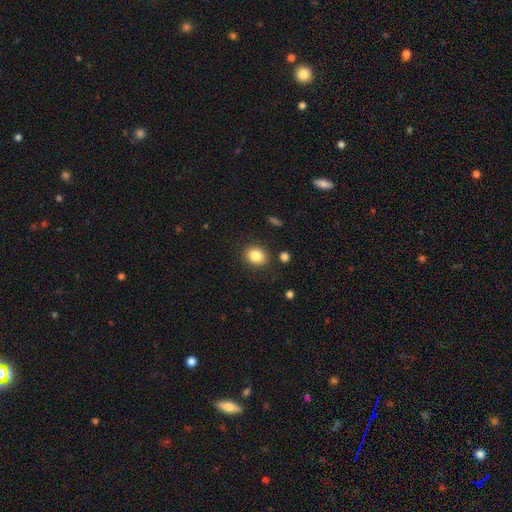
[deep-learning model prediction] Smooth or featured?
  - smooth: 85% *
  - star or artifact: 9%
  - featured or disk: 6%
How rounded?
  - round: 58% *
  - in between: 42%
  - cigar-shaped: 1%
Merging?
  - none: 86% *
  - minor disturbance: 9%
  - major disturbance: 3%
  - merger: 3%